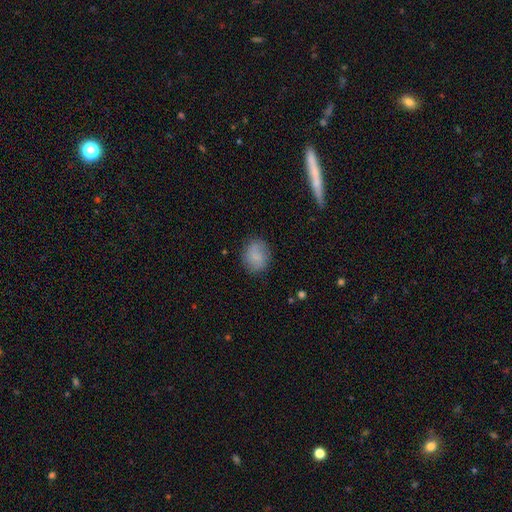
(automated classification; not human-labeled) Morphology: type=smooth (81%); roundness=round (57%); merging=none (80%).